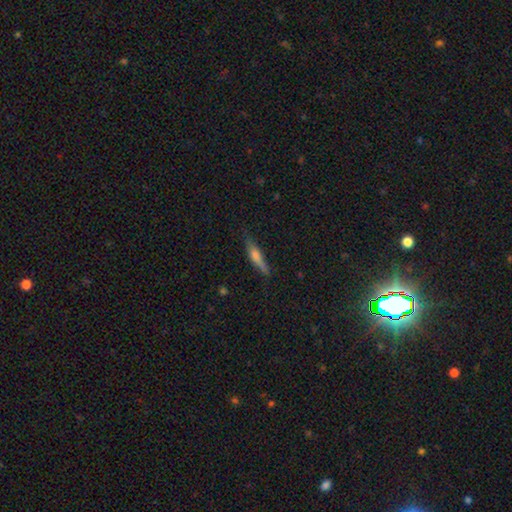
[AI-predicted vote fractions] Overall: smooth (47%; featured or disk 45%). Merging: none (78%).